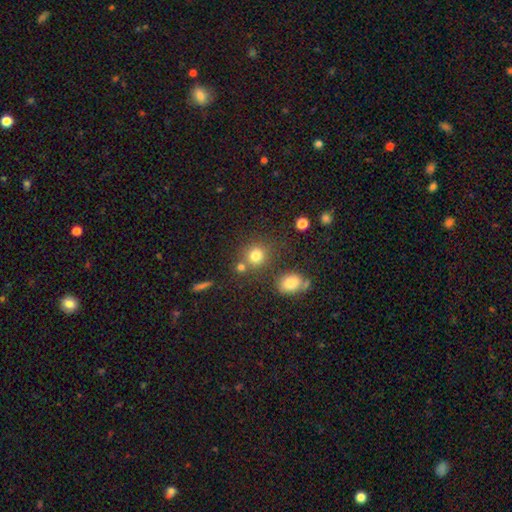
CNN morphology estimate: smooth 78%, star or artifact 14%, featured or disk 8%. Down the decision tree: how rounded — round (84%); merging — none (67%).